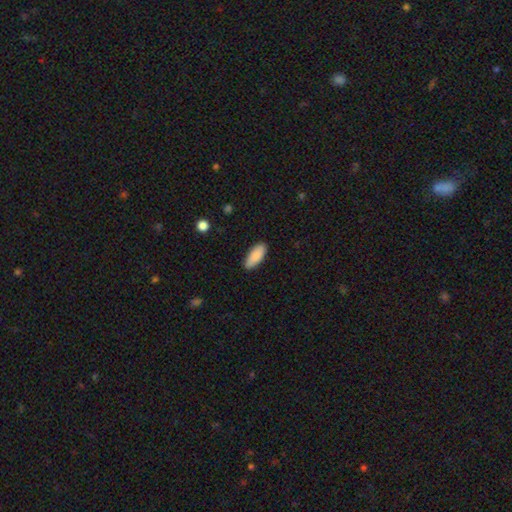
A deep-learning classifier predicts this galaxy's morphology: A smooth galaxy with no disk features (89%) that is in between round and cigar-shaped (80%). Merging: none (87%).